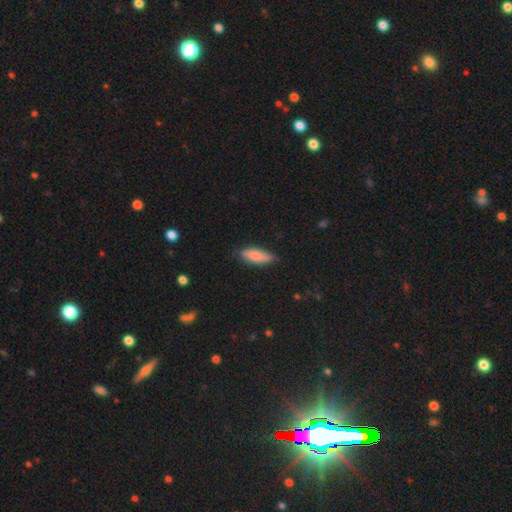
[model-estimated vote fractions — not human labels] Morphology: type=smooth (83%); roundness=in between (63%); merging=none (75%).